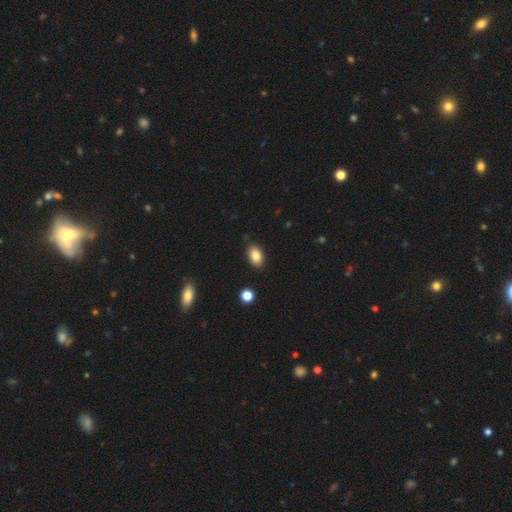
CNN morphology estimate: Smooth or featured? smooth (84%)
How rounded? in between (86%)
Merging? none (86%)